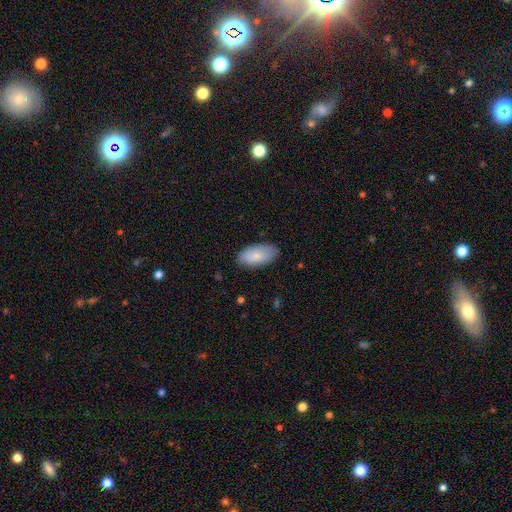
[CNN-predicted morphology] Smooth or featured? smooth (83%)
How rounded? in between (95%)
Merging? none (83%)